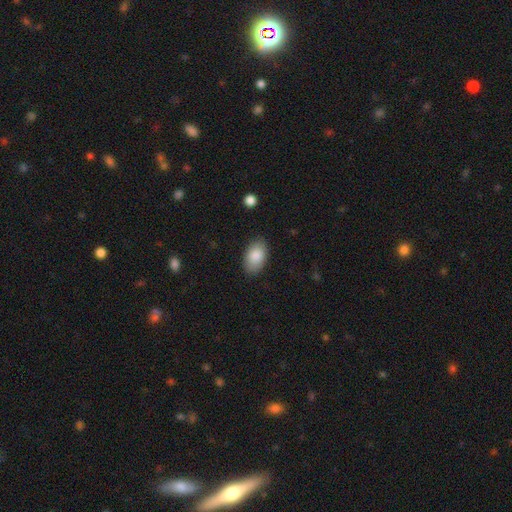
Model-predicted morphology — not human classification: Overall: smooth (86%). How rounded: in between (93%). Merging: none (84%).